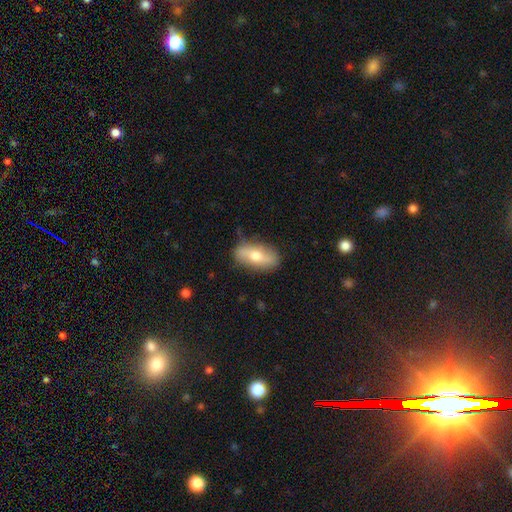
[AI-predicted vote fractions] A smooth galaxy with no disk features (59%) that is in between round and cigar-shaped (83%). Merging: none (82%).